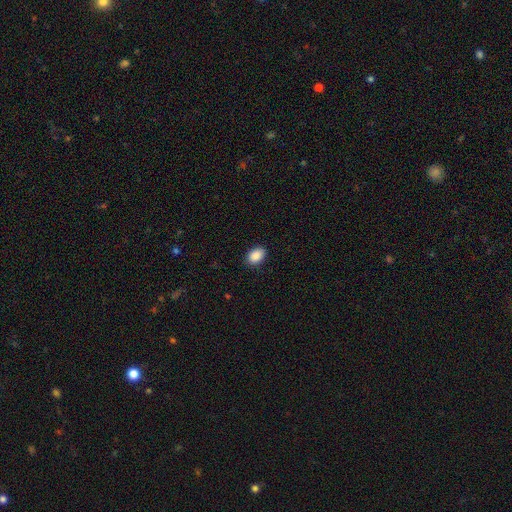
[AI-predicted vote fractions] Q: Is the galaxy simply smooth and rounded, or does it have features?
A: smooth — 90%.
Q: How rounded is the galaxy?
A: in between — 82%.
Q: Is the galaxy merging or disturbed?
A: none — 88%.